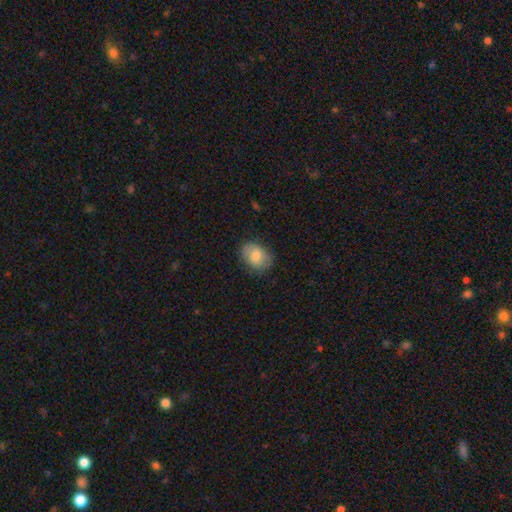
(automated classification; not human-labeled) Morphology: type=smooth (79%); roundness=in between (69%); merging=none (81%).